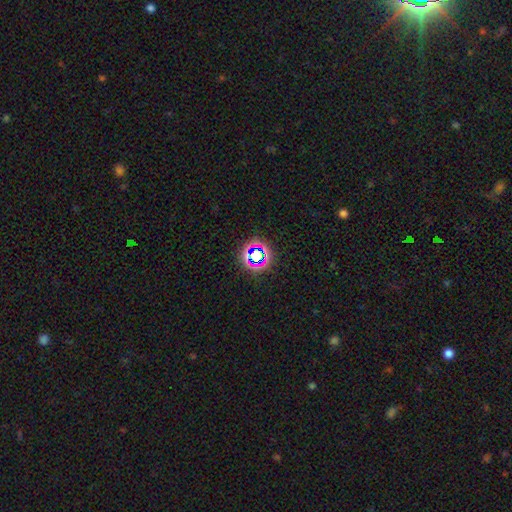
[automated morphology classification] smooth_or_featured: star or artifact (p=0.64) [alt: smooth p=0.24]